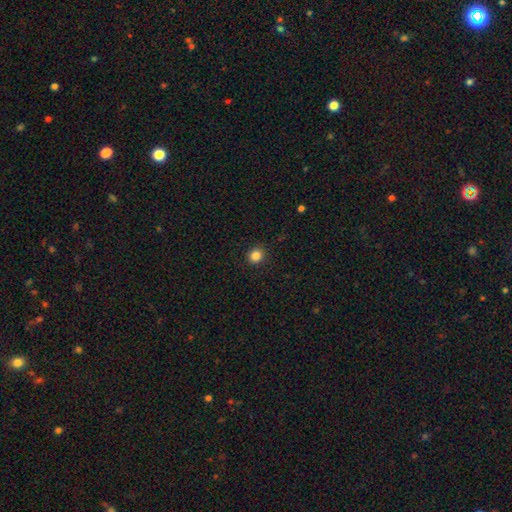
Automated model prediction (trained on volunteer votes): A smooth galaxy with no disk features (85%) that is round (90%). Merging: none (91%).